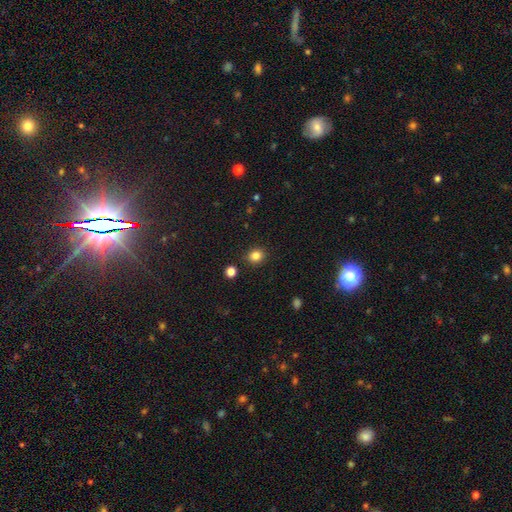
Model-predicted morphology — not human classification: Overall: smooth (83%). How rounded: round (76%). Merging: none (88%).